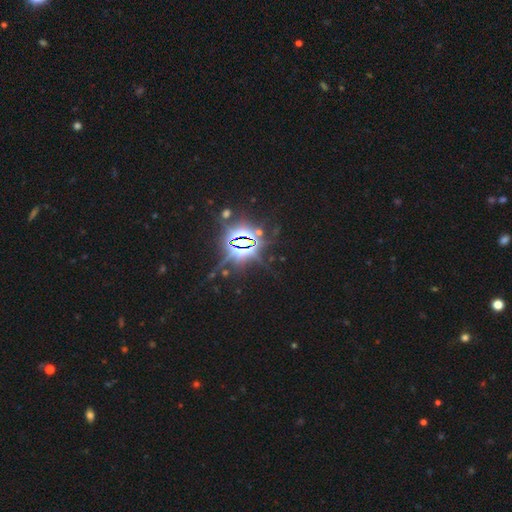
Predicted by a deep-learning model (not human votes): Overall: star or artifact (87%).